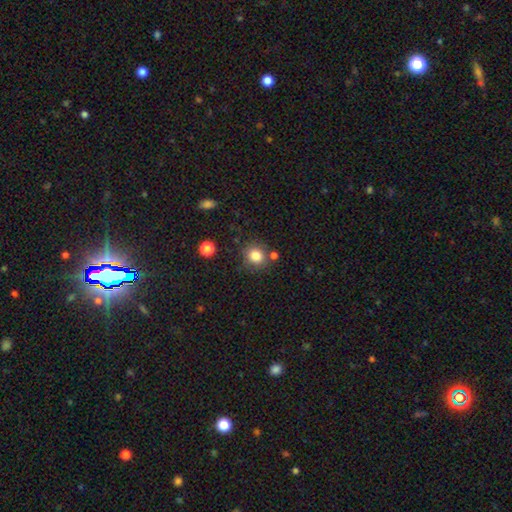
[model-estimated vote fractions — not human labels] The model was most divided on "how rounded": round: 82%, in between: 17%, cigar-shaped: 1%. More confident: smooth or featured — smooth (82%); merging — none (78%).